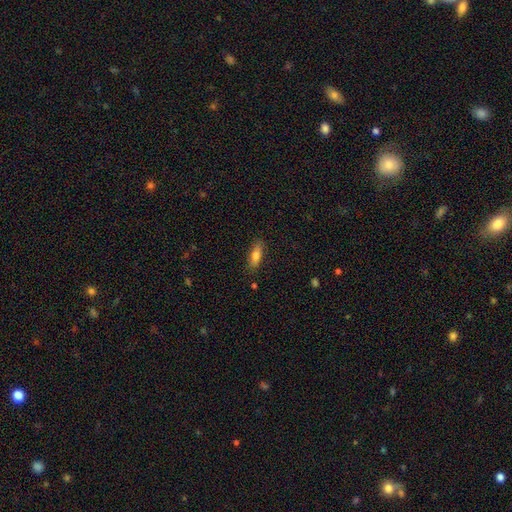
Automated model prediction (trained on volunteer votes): smooth-or-featured: smooth: 77% | featured or disk: 15% | star or artifact: 8%
  how-rounded: in between: 57% | cigar-shaped: 41% | round: 2%
  merging: none: 83% | minor disturbance: 12% | major disturbance: 3% | merger: 2%